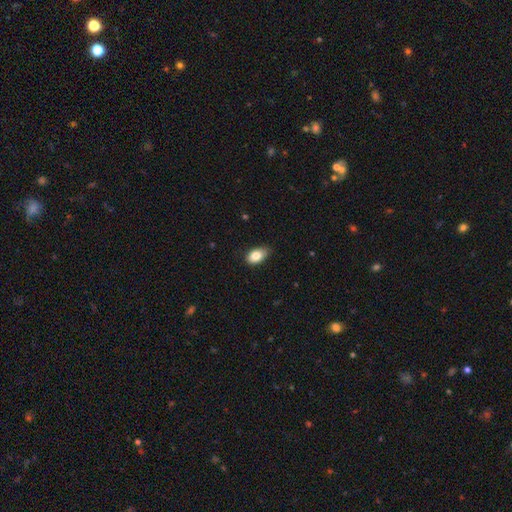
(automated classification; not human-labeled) A smooth galaxy with no disk features (83%) that is in between round and cigar-shaped (90%). Merging: none (74%).